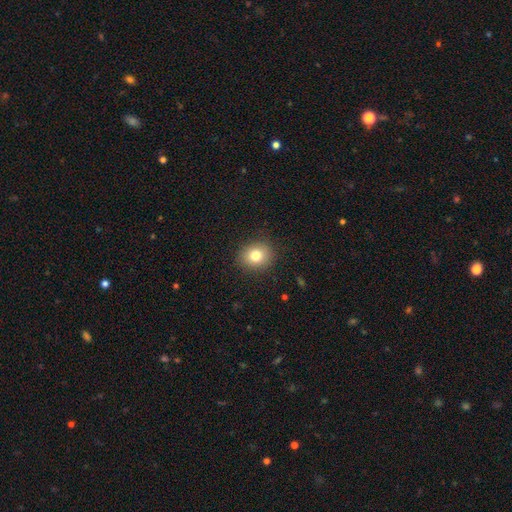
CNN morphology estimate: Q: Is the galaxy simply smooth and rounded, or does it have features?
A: smooth — 79%.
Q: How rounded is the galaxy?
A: round — 75%.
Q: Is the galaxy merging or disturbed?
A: none — 89%.